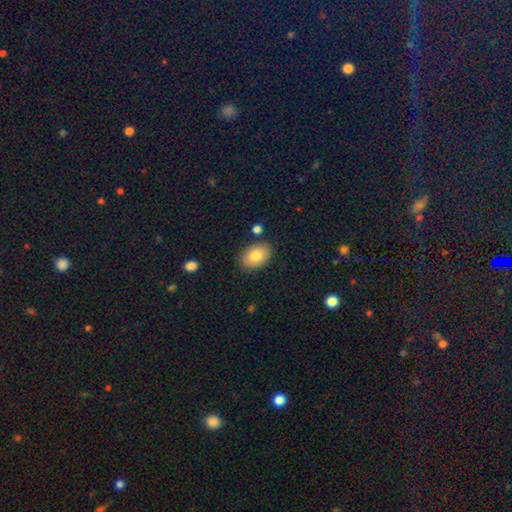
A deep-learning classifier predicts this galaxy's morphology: This is clearly a smooth galaxy (82%). How rounded: clearly in between (82%). Merging: clearly none (84%).